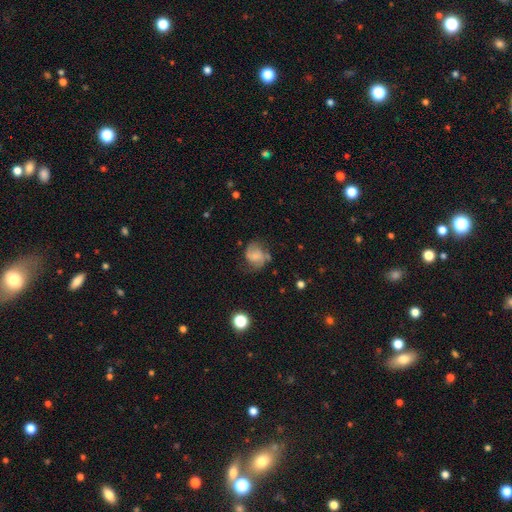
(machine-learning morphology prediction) Q: Smooth or featured?
A: featured or disk (47%); runner-up: smooth (43%)
Q: Merging?
A: none (48%); runner-up: minor disturbance (27%)